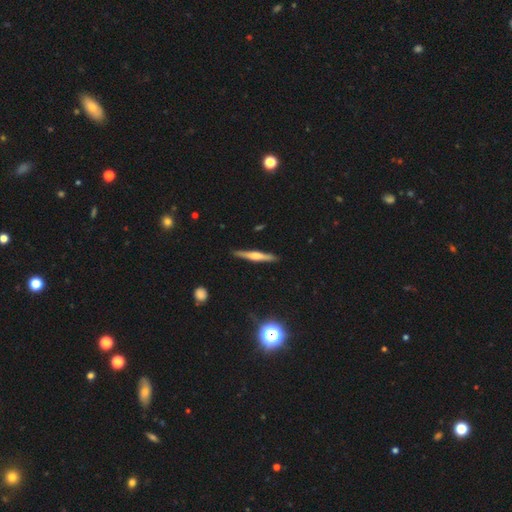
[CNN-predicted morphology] This is likely a featured or disk galaxy (63%). It is clearly viewed edge-on (97%). Edge-on bulge: likely rounded (73%). Merging: clearly none (90%).